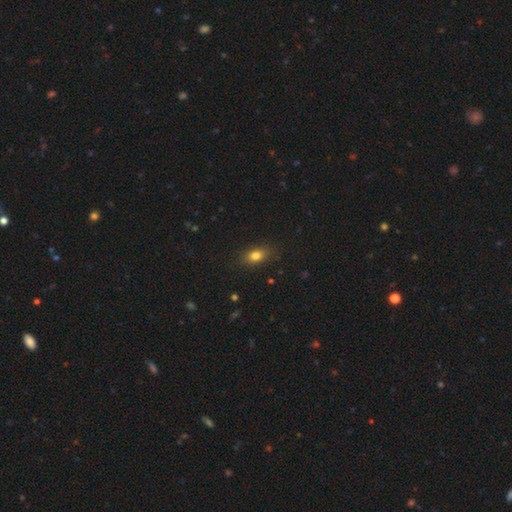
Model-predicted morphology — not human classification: The model was most divided on "how rounded": in between: 78%, round: 16%, cigar-shaped: 6%. More confident: merging — none (84%); smooth or featured — smooth (80%).